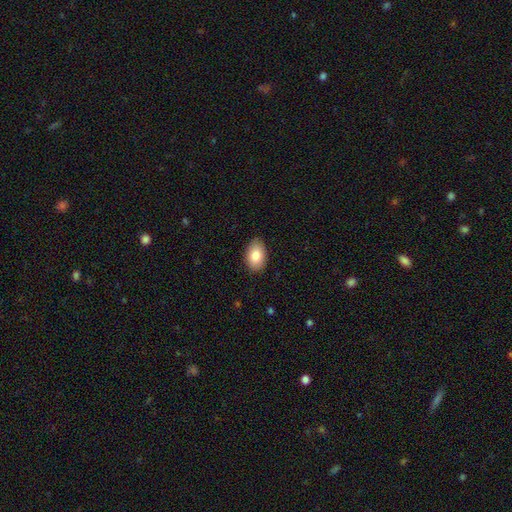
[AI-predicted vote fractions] smooth 84%, featured or disk 9%, star or artifact 7%. Down the decision tree: how rounded — in between (90%); merging — none (85%).